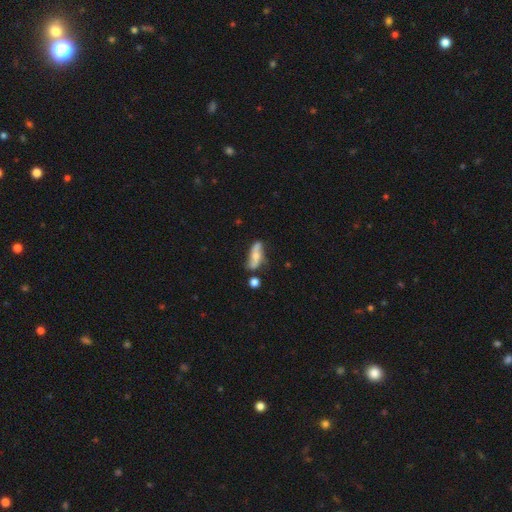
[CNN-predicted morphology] Smooth or featured?
  - featured or disk: 57% *
  - smooth: 36%
  - star or artifact: 7%
Edge-on disk?
  - no: 73% *
  - yes: 27%
Merging?
  - none: 60% *
  - minor disturbance: 23%
  - merger: 9%
  - major disturbance: 8%